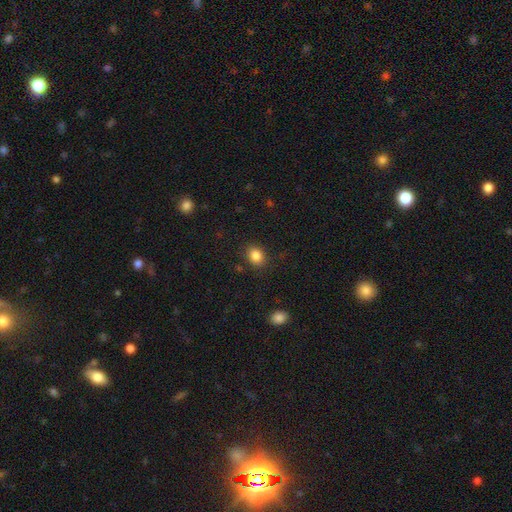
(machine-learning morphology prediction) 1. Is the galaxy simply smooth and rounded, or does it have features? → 85% smooth, 10% star or artifact, 5% featured or disk.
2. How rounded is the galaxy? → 51% in between, 48% round, 1% cigar-shaped.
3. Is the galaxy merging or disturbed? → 86% none, 10% minor disturbance, 3% major disturbance, 1% merger.